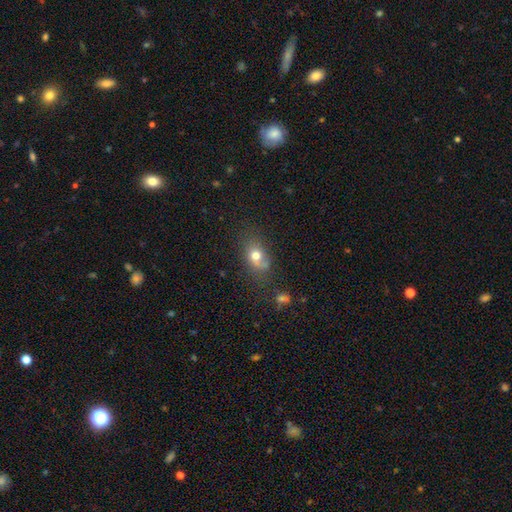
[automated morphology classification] This appears to be a smooth galaxy with no disk features (69%) that is in between round and cigar-shaped (64%). Merging: none (49%).